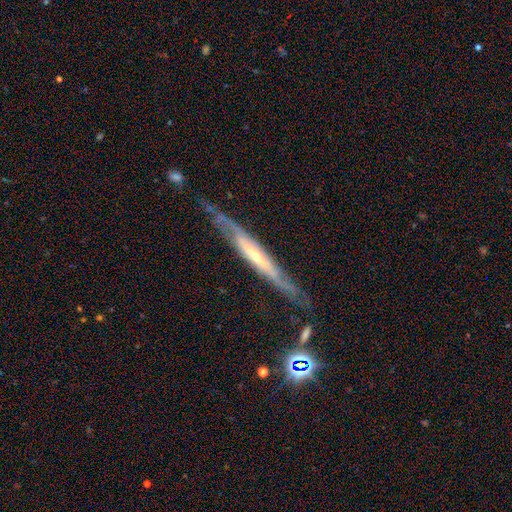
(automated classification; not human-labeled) Q: Smooth or featured?
A: featured or disk (76%); runner-up: smooth (18%)
Q: Edge-on disk?
A: yes (71%); runner-up: no (29%)
Q: Edge-on bulge?
A: none (51%); runner-up: rounded (41%)
Q: Merging?
A: none (70%); runner-up: minor disturbance (20%)